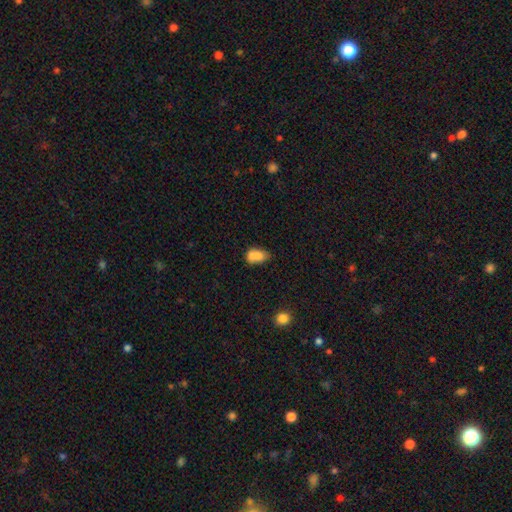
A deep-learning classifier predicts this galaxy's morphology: smooth 71%, featured or disk 20%, star or artifact 10%. Down the decision tree: how rounded — in between (65%); merging — merger (61%).